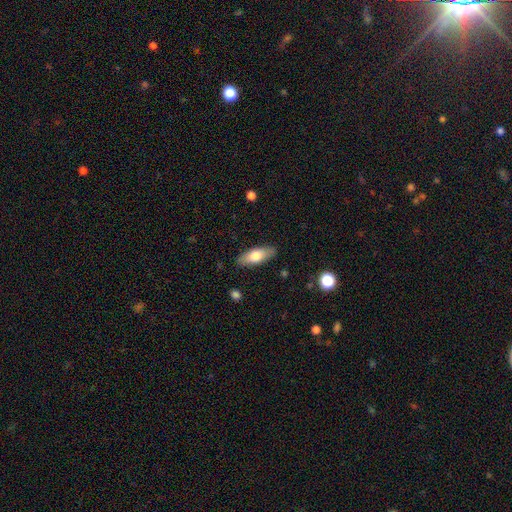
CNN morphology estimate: Smooth or featured?
  - smooth: 70% *
  - featured or disk: 24%
  - star or artifact: 6%
How rounded?
  - in between: 73% *
  - cigar-shaped: 25%
  - round: 2%
Merging?
  - none: 87% *
  - minor disturbance: 9%
  - major disturbance: 2%
  - merger: 1%